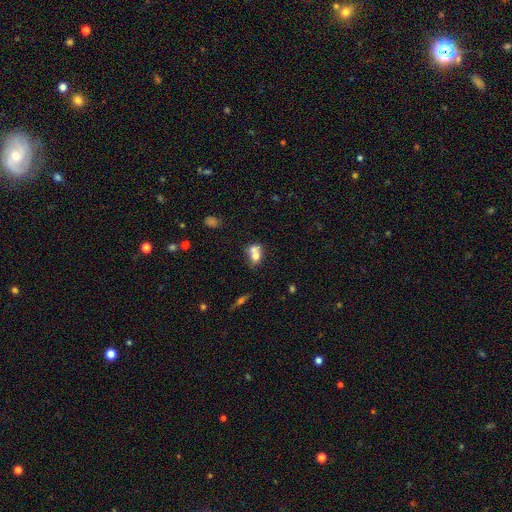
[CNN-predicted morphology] This is likely a smooth galaxy (67%). How rounded: possibly in between (52%). Merging: likely merger (67%).